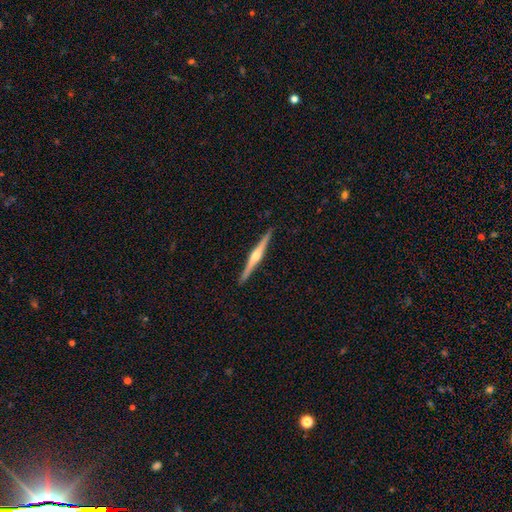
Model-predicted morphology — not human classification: A featured or disk galaxy (82%) viewed edge-on (99%) with a rounded central bulge (91%). Merging: none (92%).